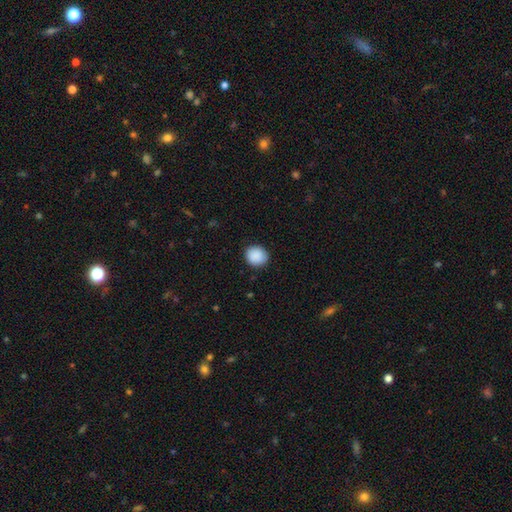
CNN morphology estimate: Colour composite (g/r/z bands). It shows a smooth galaxy with no disk features (90%) that is round (83%). Merging: none (88%).